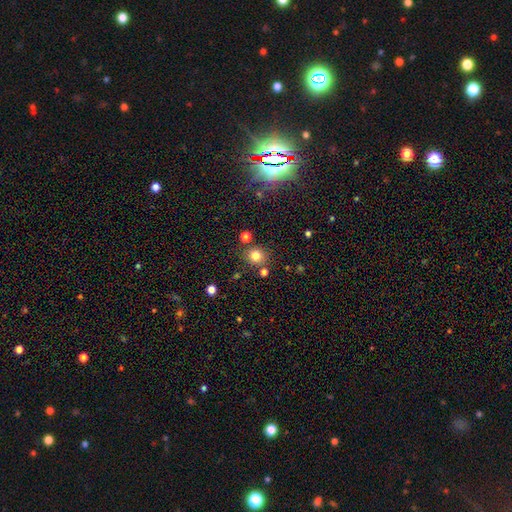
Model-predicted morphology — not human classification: smooth-or-featured: smooth: 79% | star or artifact: 14% | featured or disk: 7%
  how-rounded: round: 87% | in between: 13% | cigar-shaped: 1%
  merging: none: 81% | minor disturbance: 9% | merger: 7% | major disturbance: 3%